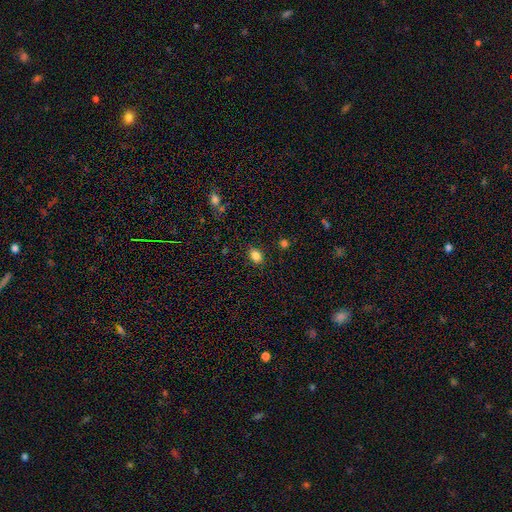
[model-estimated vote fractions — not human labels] A smooth galaxy with no disk features (85%) that is in between round and cigar-shaped (78%). Merging: none (85%).